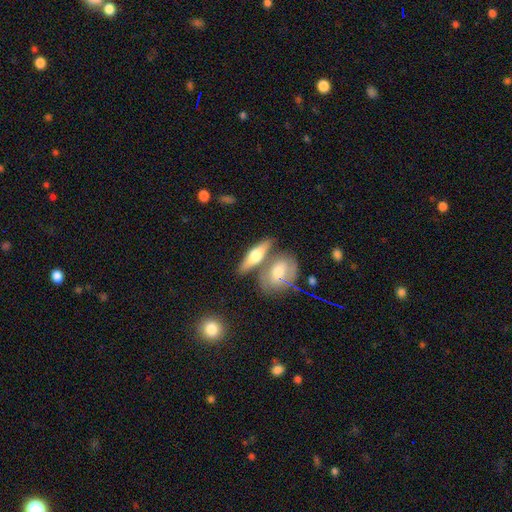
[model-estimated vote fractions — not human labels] Smooth or featured: smooth — 50% (featured or disk — 44%)
How rounded: in between — 50% (cigar-shaped — 44%)
Merging: none — 57% (merger — 27%)